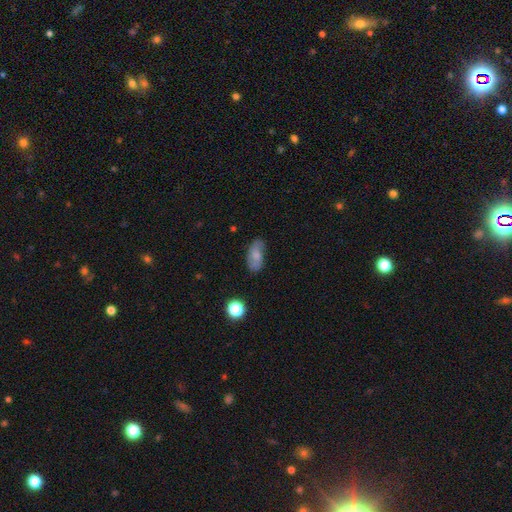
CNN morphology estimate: A smooth galaxy with no disk features (60%) that is in between round and cigar-shaped (90%). Merging: none (67%).